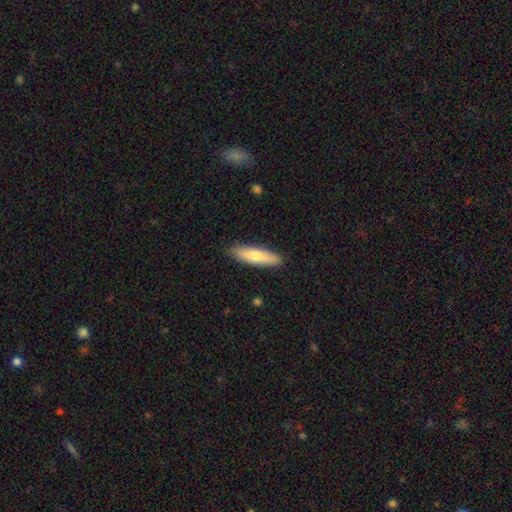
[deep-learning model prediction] smooth_or_featured: smooth (p=0.76) [alt: featured or disk p=0.19]
how_rounded: cigar-shaped (p=0.67) [alt: in between p=0.32]
merging: none (p=0.87) [alt: minor disturbance p=0.10]